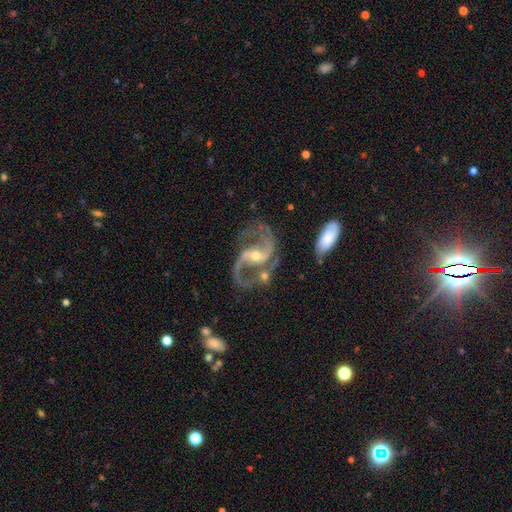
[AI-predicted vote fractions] Smooth or featured?
  - featured or disk: 93% *
  - star or artifact: 5%
  - smooth: 3%
Edge-on disk?
  - no: 98% *
  - yes: 2%
Bar?
  - weak: 37% *
  - strong: 33%
  - no: 30%
Spiral arms?
  - yes: 98% *
  - no: 2%
Spiral winding?
  - medium: 52% *
  - loose: 39%
  - tight: 9%
Spiral arm count?
  - 2: 92% *
  - 3: 3%
  - can't tell: 2%
  - 1: 1%
  - 4: 1%
  - more than 4: 1%
Bulge size?
  - moderate: 48% * (tied)
  - small: 48% * (tied)
  - large: 2%
  - none: 1%
  - dominant: 1%
Merging?
  - none: 60% *
  - minor disturbance: 18%
  - major disturbance: 12%
  - merger: 10%